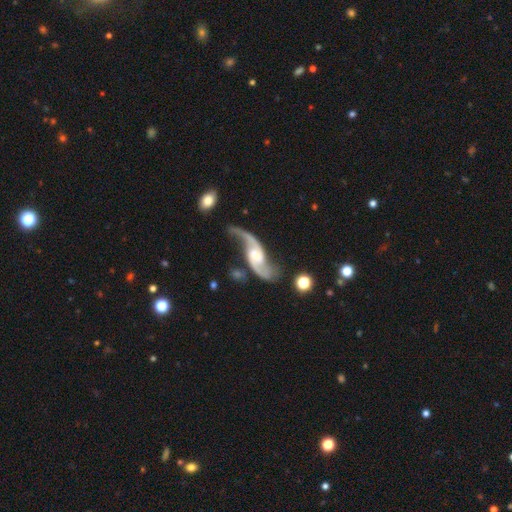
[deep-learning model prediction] The model was most divided on "bar": weak: 43%, no: 42%, strong: 14%. Remaining: spiral arms — yes (97%); edge-on disk — no (94%); spiral arm count — 2 (93%); smooth or featured — featured or disk (91%); spiral winding — loose (74%); merging — none (61%); bulge size — moderate (46%).